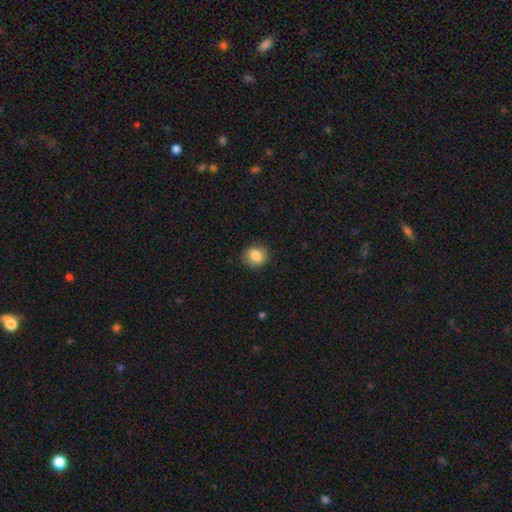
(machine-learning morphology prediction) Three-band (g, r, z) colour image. It shows a smooth galaxy with no disk features (84%) that is round (76%). Merging: none (87%).